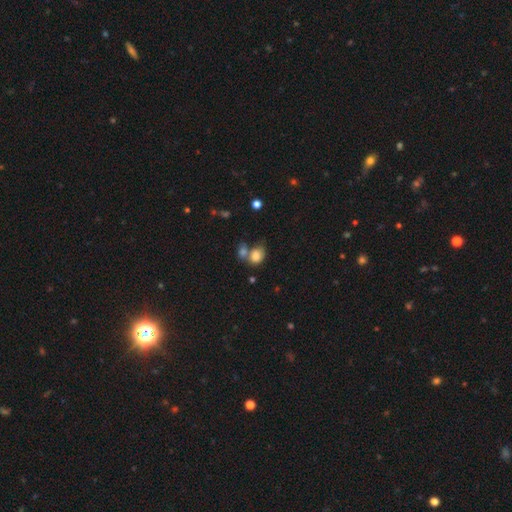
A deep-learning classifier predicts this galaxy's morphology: Smooth or featured: smooth — 81% (star or artifact — 10%)
How rounded: in between — 55% (round — 44%)
Merging: merger — 45% (none — 33%)